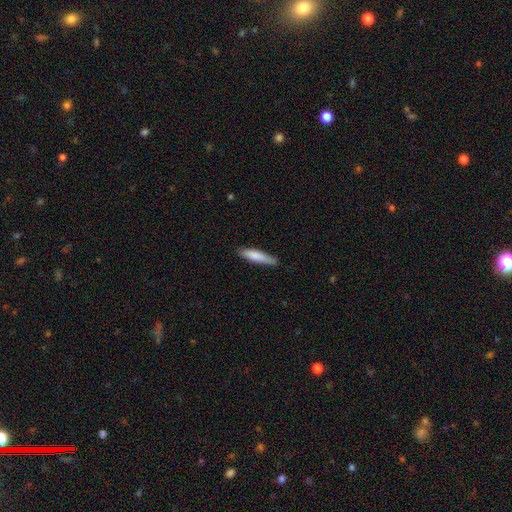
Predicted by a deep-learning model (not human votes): This is likely a smooth galaxy (80%). How rounded: clearly cigar-shaped (82%). Merging: likely none (80%).